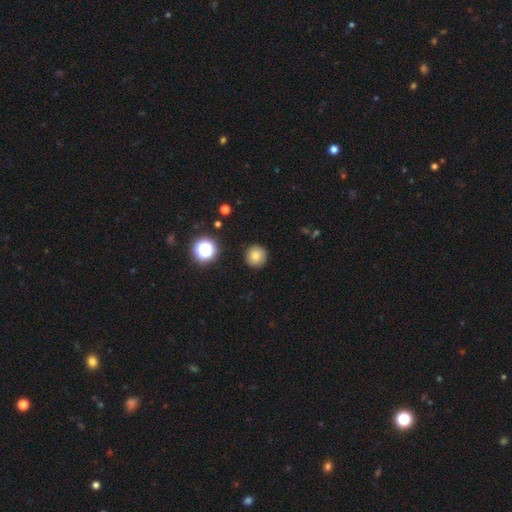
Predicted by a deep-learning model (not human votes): Overall: smooth (79%). How rounded: round (93%). Merging: none (88%).